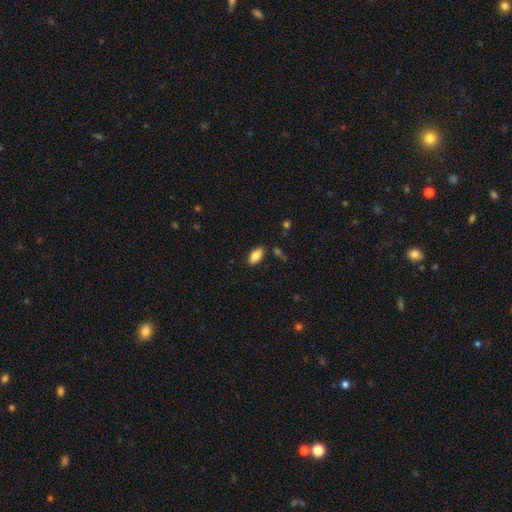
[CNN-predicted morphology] Smooth or featured? Predicted: smooth (p=0.86). How rounded? Predicted: in between (p=0.93). Merging? Predicted: none (p=0.83).